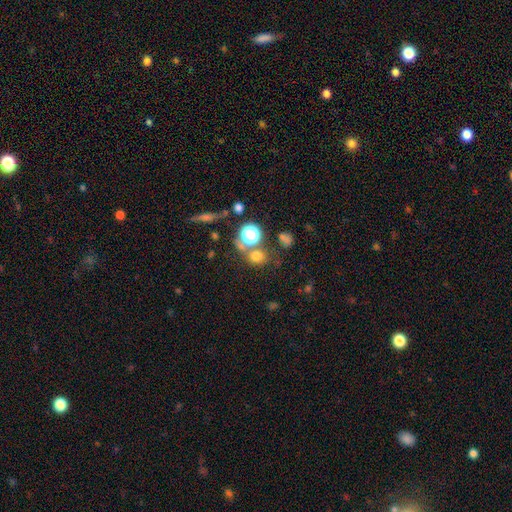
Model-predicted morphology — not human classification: A smooth galaxy with no disk features (67%) that is round (78%).

Vote fractions:
- Smooth or featured? smooth: 67% / star or artifact: 24% / featured or disk: 9%
- How rounded? round: 78% / in between: 20% / cigar-shaped: 2%
- Merging? none: 65% / merger: 19% / minor disturbance: 11% / major disturbance: 5%